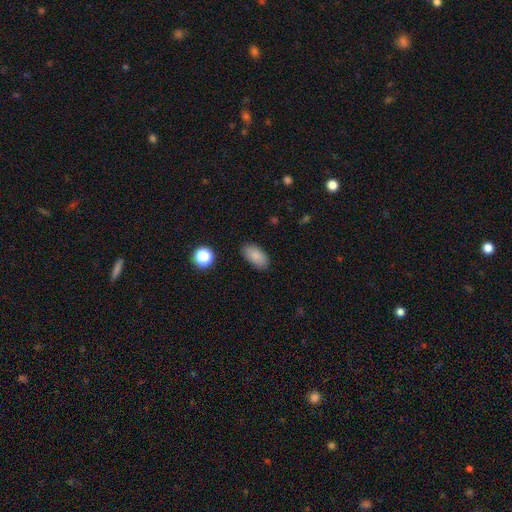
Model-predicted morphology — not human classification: smooth_or_featured: smooth (p=0.85) [alt: star or artifact p=0.09]
how_rounded: in between (p=0.93) [alt: round p=0.04]
merging: none (p=0.84) [alt: minor disturbance p=0.12]